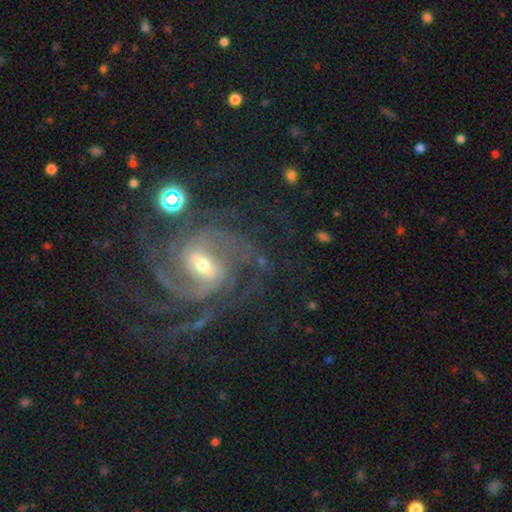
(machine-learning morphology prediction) type=featured or disk (90%); edge-on=no (97%); bar=weak (45%); spiral arms=yes (98%); winding=tight (49%); arm count=3 (28%); bulge=small (54%); merging=none (68%).